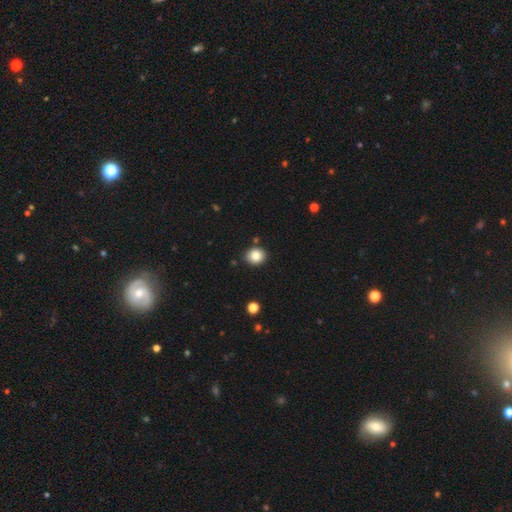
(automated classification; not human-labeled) This is clearly a smooth galaxy (84%). How rounded: likely round (72%). Merging: clearly none (85%).